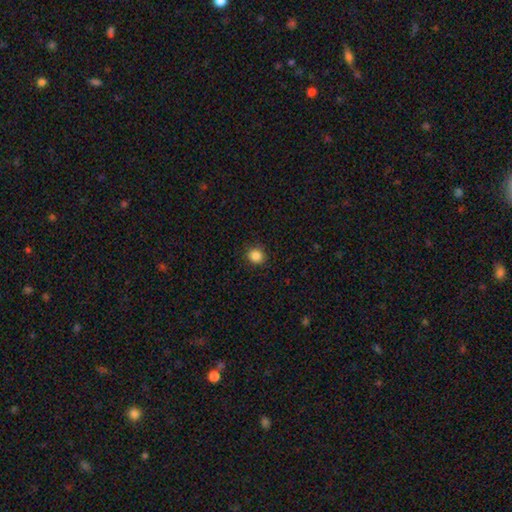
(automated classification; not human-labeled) smooth-or-featured: smooth: 86% | star or artifact: 10% | featured or disk: 3%
  how-rounded: round: 87% | in between: 12% | cigar-shaped: 1%
  merging: none: 89% | minor disturbance: 8% | major disturbance: 2% | merger: 1%